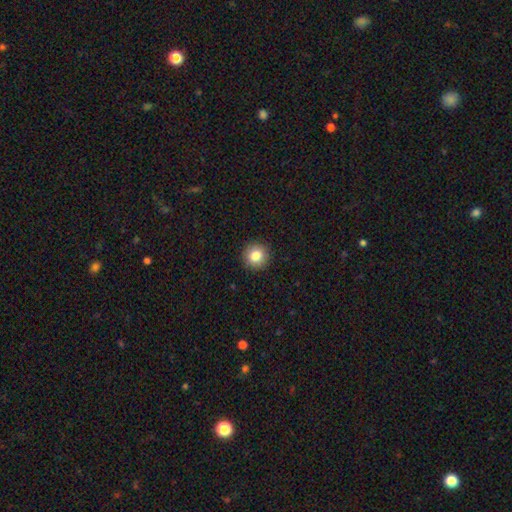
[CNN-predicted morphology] smooth 83%, star or artifact 9%, featured or disk 7%. Down the decision tree: how rounded — round (94%); merging — none (92%).